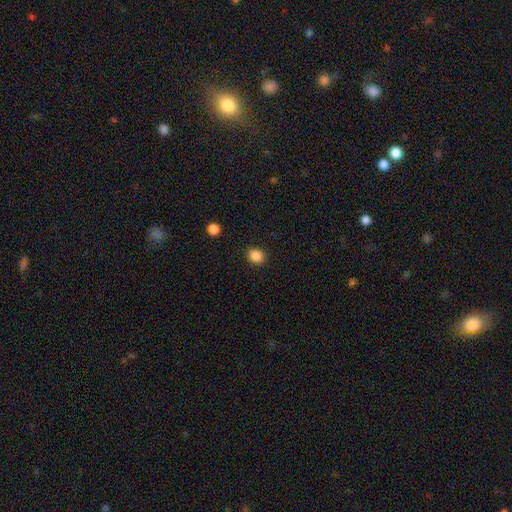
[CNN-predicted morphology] Smooth or featured? Predicted: smooth (p=0.86). How rounded? Predicted: round (p=0.79). Merging? Predicted: none (p=0.91).